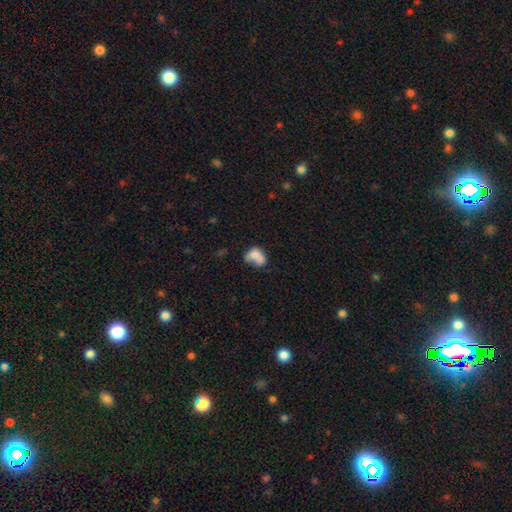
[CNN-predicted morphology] Q: Smooth or featured?
A: smooth (67%); runner-up: featured or disk (23%)
Q: How rounded?
A: in between (61%); runner-up: round (38%)
Q: Merging?
A: merger (52%); runner-up: none (22%)